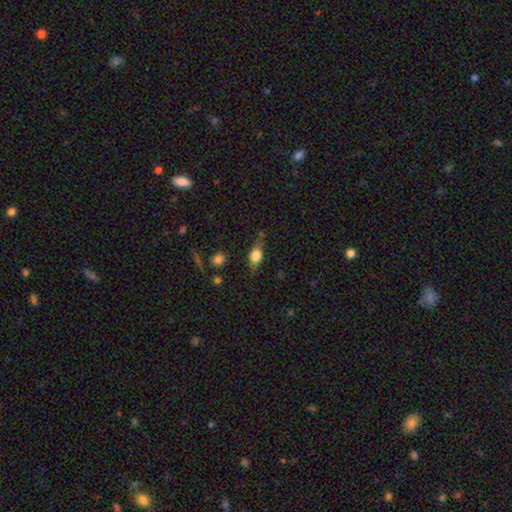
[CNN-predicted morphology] A smooth galaxy with no disk features (57%) that is in between round and cigar-shaped (63%).

Vote fractions:
- Smooth or featured? smooth: 57% / featured or disk: 34% / star or artifact: 10%
- How rounded? in between: 63% / round: 21% / cigar-shaped: 16%
- Merging? none: 68% / minor disturbance: 22% / major disturbance: 7% / merger: 3%